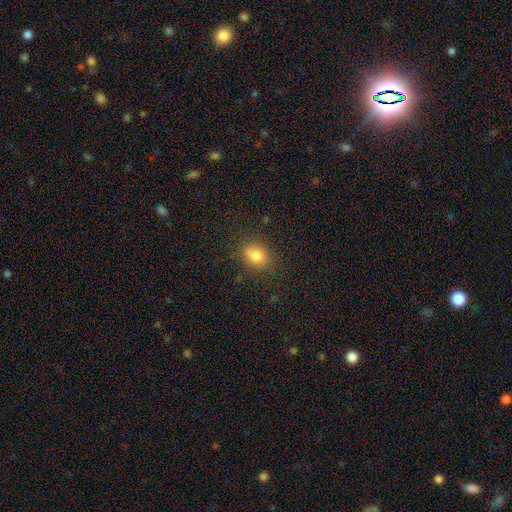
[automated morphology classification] A smooth galaxy with no disk features (78%) that is round (54%). Merging: none (68%).